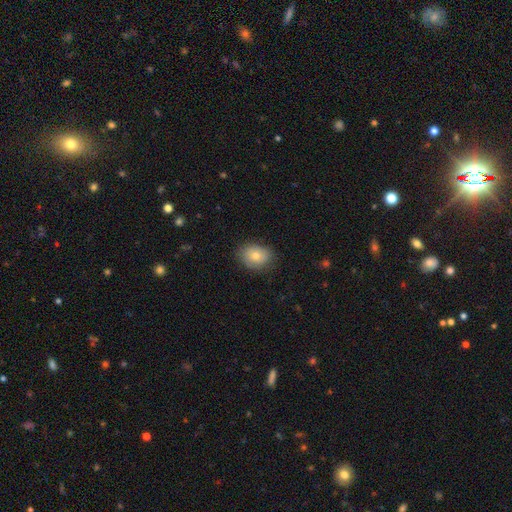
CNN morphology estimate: The model was most divided on "how rounded": in between: 64%, round: 35%, cigar-shaped: 1%. More confident: merging — none (81%); smooth or featured — smooth (75%).